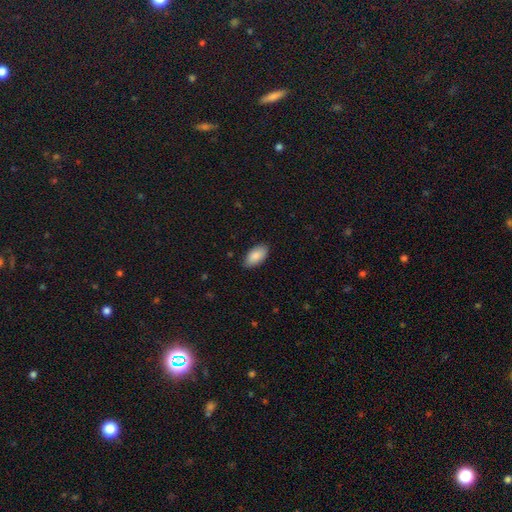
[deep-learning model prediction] A smooth galaxy with no disk features (88%) that is in between round and cigar-shaped (94%). Merging: none (85%).